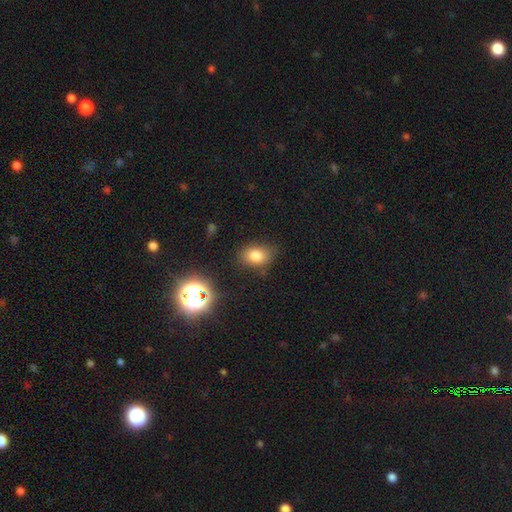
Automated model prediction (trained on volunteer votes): Overall: smooth (77%). How rounded: in between (71%). Merging: none (77%).